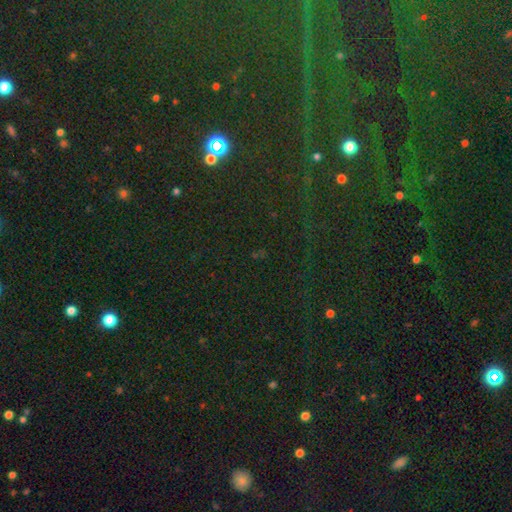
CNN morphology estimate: star or artifact 80%, smooth 12%, featured or disk 8%.